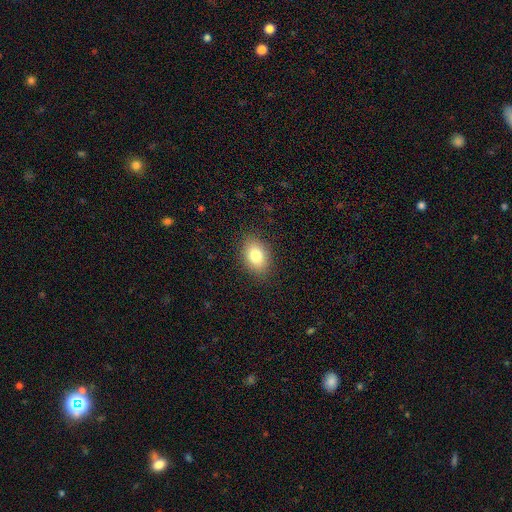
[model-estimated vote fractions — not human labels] smooth-or-featured: smooth: 80% | featured or disk: 10% | star or artifact: 9%
  how-rounded: in between: 74% | round: 25% | cigar-shaped: 1%
  merging: none: 86% | minor disturbance: 10% | major disturbance: 3% | merger: 1%